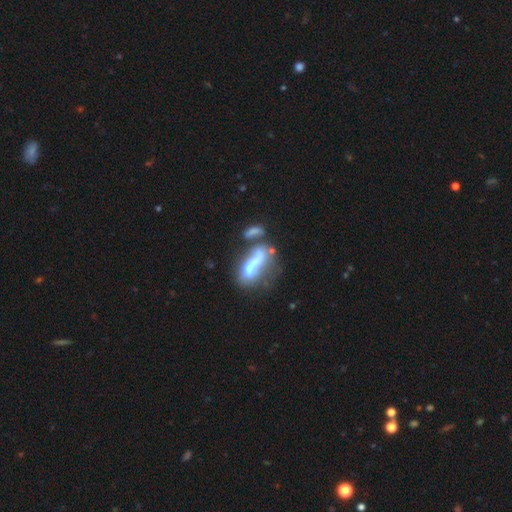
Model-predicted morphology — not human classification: Smooth or featured: smooth — 48% (featured or disk — 41%)
Merging: merger — 51% (major disturbance — 22%)